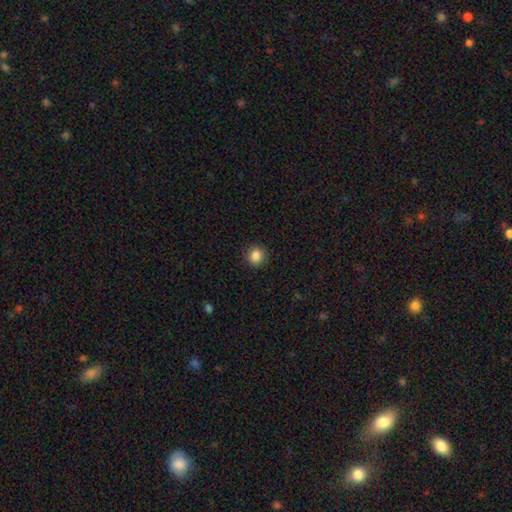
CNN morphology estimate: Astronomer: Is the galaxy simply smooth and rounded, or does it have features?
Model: smooth — 86%.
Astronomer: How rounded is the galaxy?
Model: round — 88%.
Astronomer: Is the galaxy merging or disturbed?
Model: none — 91%.